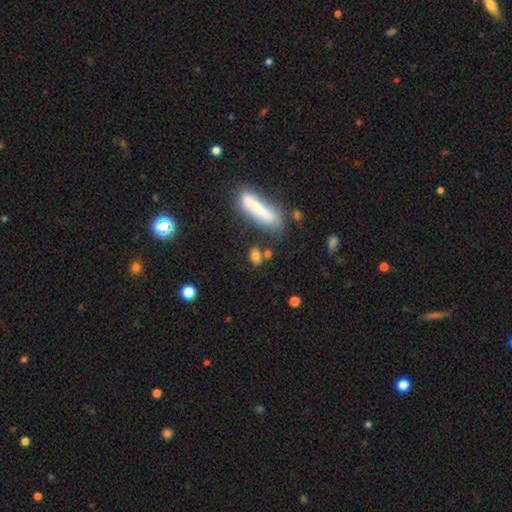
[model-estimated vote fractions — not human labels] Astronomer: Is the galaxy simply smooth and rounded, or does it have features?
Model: smooth — 76%.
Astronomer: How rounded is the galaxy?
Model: in between — 61%.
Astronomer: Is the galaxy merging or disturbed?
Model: none — 64%.